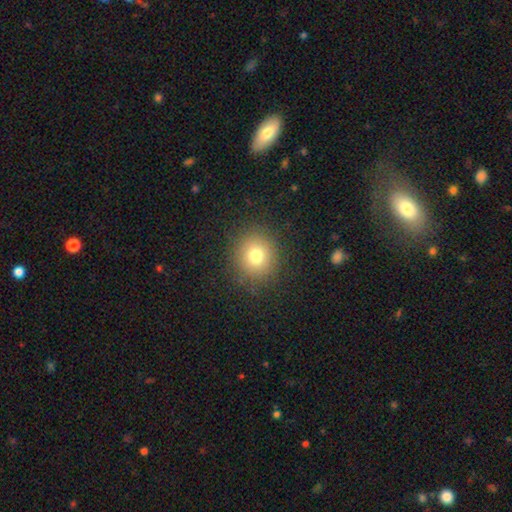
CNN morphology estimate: smooth 75%, star or artifact 15%, featured or disk 10%. Down the decision tree: how rounded — round (85%); merging — none (87%).